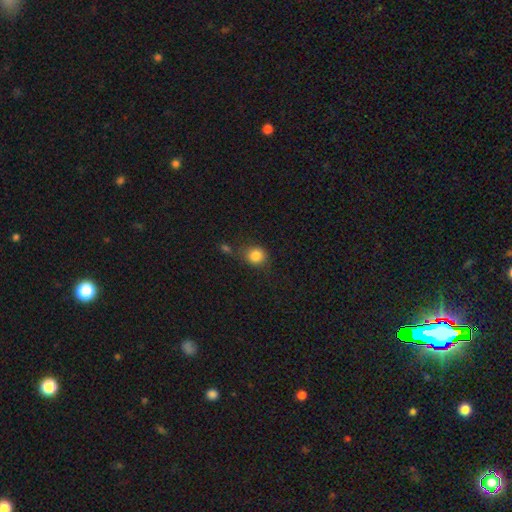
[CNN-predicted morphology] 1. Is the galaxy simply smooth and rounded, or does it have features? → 84% smooth, 10% star or artifact, 6% featured or disk.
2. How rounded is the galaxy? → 76% round, 23% in between, 1% cigar-shaped.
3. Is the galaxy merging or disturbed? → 65% none, 18% minor disturbance, 10% merger, 7% major disturbance.